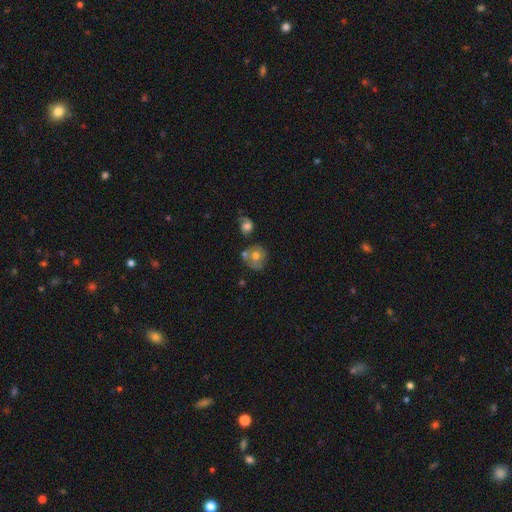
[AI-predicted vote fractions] Morphology: type=smooth (60%); roundness=round (81%); merging=none (47%).